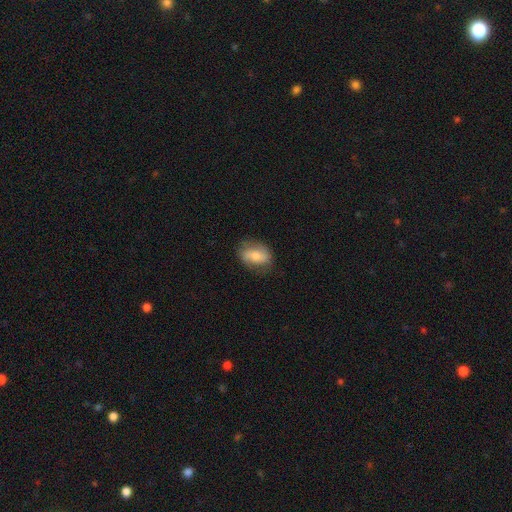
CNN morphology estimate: Smooth or featured? smooth (57%)
How rounded? in between (78%)
Merging? none (72%)